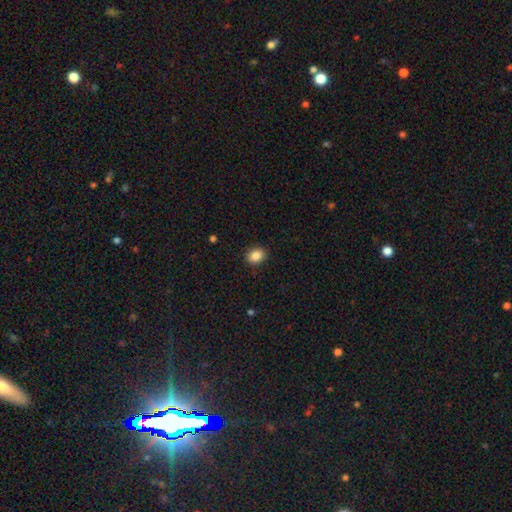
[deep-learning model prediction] Smooth or featured? Predicted: smooth (p=0.87). How rounded? Predicted: round (p=0.57). Merging? Predicted: none (p=0.90).